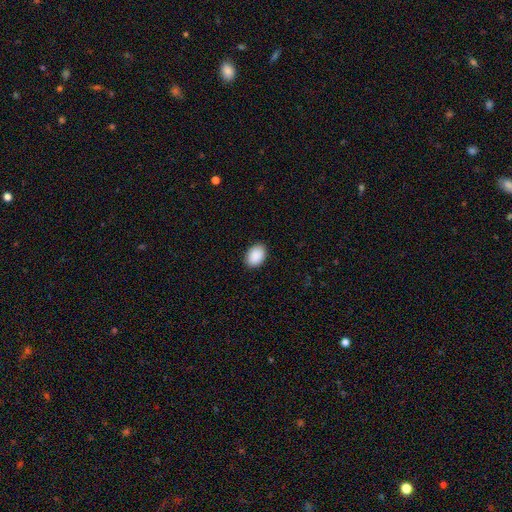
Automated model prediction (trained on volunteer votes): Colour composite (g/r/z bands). It shows a smooth galaxy with no disk features (91%) that is in between round and cigar-shaped (82%). Merging: none (88%).